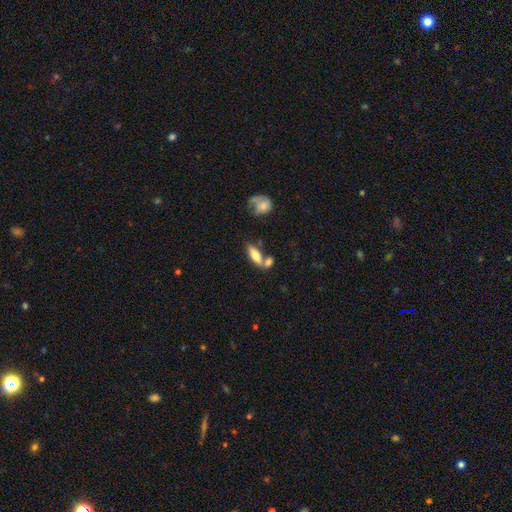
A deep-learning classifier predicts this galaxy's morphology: smooth_or_featured: smooth (p=0.69) [alt: featured or disk p=0.23]
how_rounded: in between (p=0.63) [alt: cigar-shaped p=0.34]
merging: none (p=0.48) [alt: merger p=0.32]